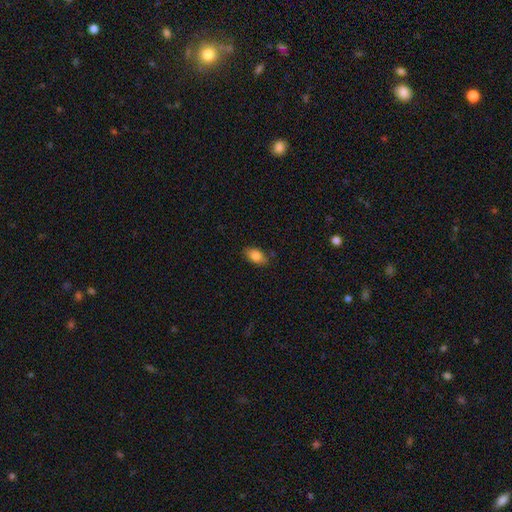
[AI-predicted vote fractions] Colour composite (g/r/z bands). It shows a smooth galaxy with no disk features (83%) that is in between round and cigar-shaped (91%). Merging: none (83%).